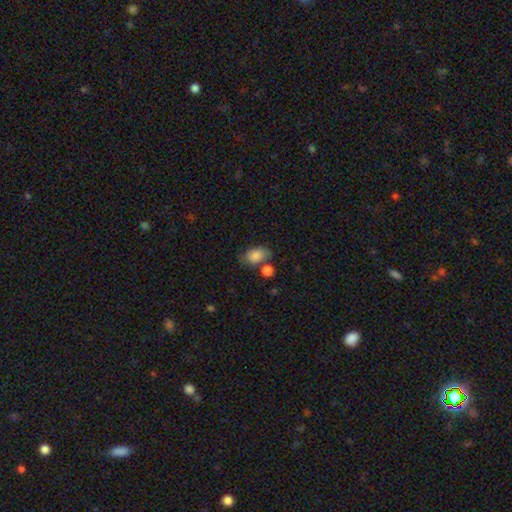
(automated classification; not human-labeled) smooth_or_featured: smooth (p=0.84) [alt: star or artifact p=0.08]
how_rounded: in between (p=0.83) [alt: round p=0.16]
merging: none (p=0.57) [alt: minor disturbance p=0.20]